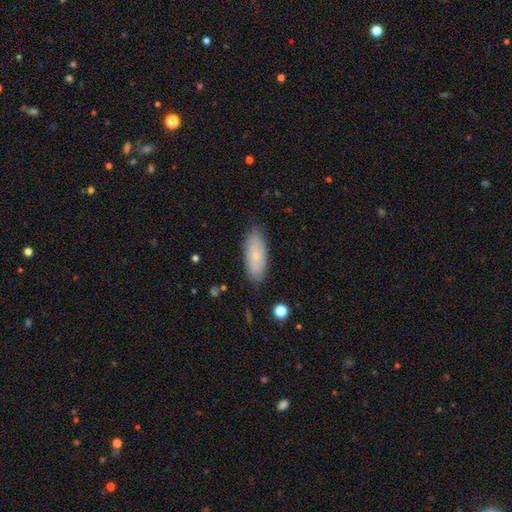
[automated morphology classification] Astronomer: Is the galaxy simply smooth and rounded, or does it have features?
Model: smooth — 72%.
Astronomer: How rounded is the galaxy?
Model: in between — 79%.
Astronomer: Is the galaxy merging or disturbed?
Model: none — 85%.